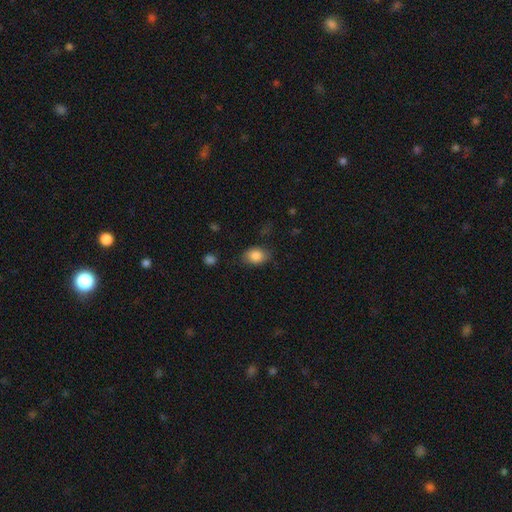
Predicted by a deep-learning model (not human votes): This is clearly a smooth galaxy (84%). How rounded: likely in between (75%). Merging: likely none (77%).